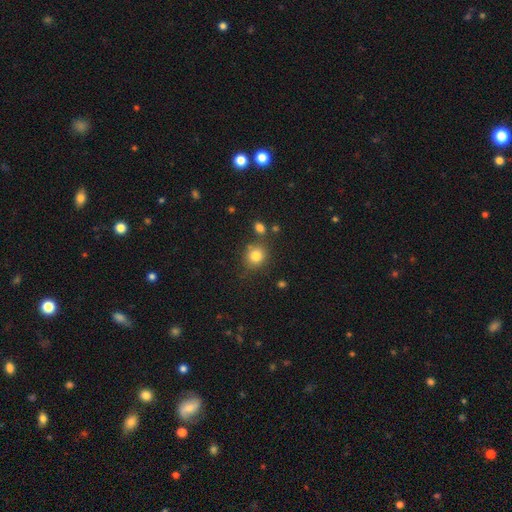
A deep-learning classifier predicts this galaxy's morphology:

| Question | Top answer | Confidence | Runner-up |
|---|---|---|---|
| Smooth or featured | smooth | 81% | star or artifact (11%) |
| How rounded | round | 83% | in between (16%) |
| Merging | none | 75% | minor disturbance (12%) |